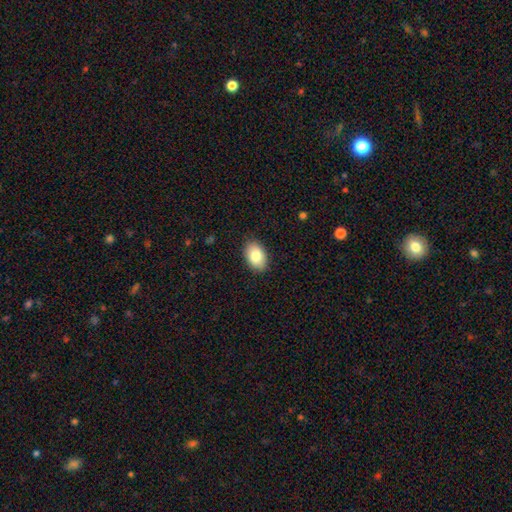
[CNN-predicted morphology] smooth 84%, featured or disk 9%, star or artifact 7%. Down the decision tree: how rounded — in between (89%); merging — none (88%).